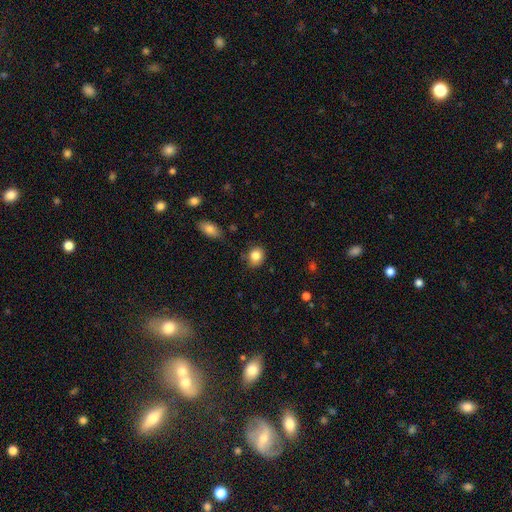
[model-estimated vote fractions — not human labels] Smooth or featured? Predicted: smooth (p=0.84). How rounded? Predicted: round (p=0.66). Merging? Predicted: none (p=0.79).